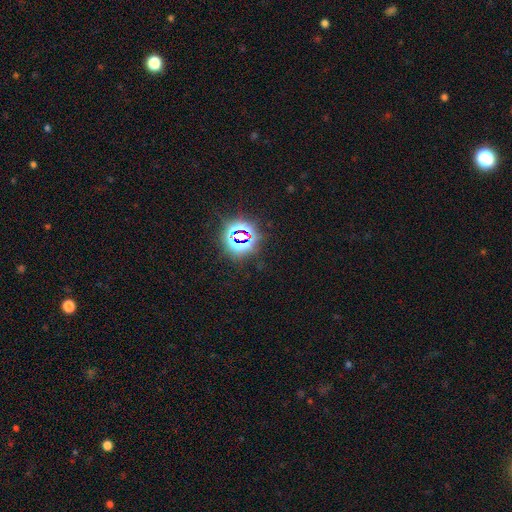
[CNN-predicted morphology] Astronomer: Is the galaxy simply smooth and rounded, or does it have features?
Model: star or artifact — 81%.